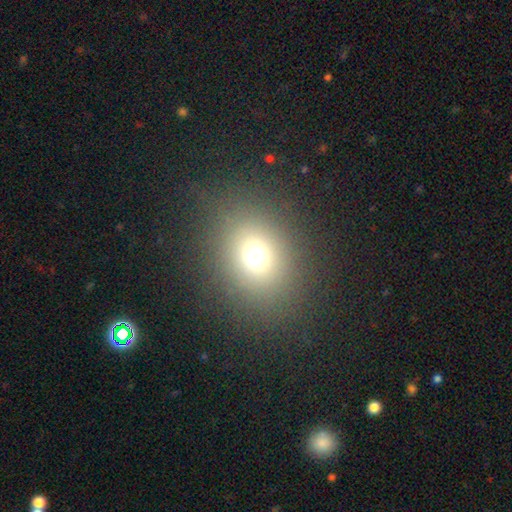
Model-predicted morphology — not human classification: A smooth galaxy with no disk features (70%) that is round (65%). Merging: none (84%).